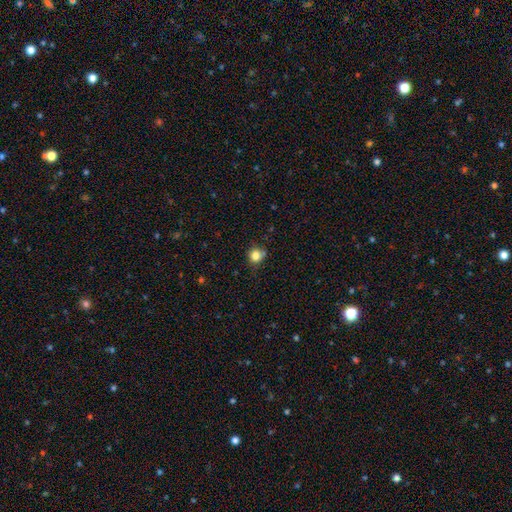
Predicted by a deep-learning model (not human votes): The model was most divided on "merging": none: 66%, minor disturbance: 23%, merger: 6%, major disturbance: 5%. More confident: how rounded — round (85%); smooth or featured — smooth (82%).